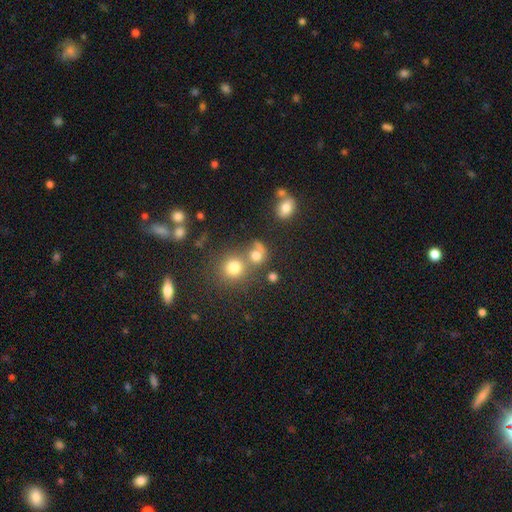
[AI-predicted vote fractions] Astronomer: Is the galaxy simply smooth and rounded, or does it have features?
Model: smooth — 67%.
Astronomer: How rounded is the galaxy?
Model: round — 80%.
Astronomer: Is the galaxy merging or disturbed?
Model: none — 53% (runner-up: merger, 31%).